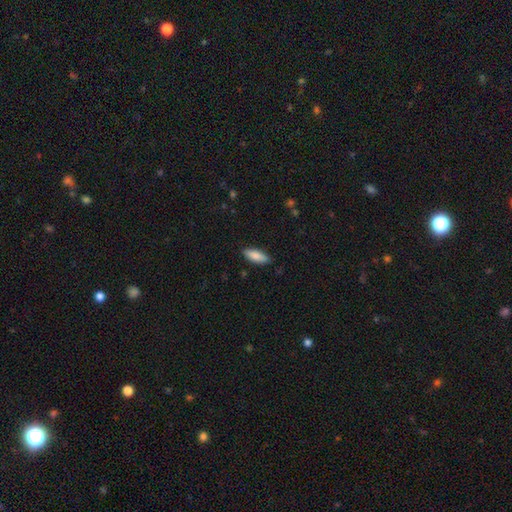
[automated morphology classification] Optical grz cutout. It shows a smooth galaxy with no disk features (85%) that is in between round and cigar-shaped (63%). Merging: none (87%).